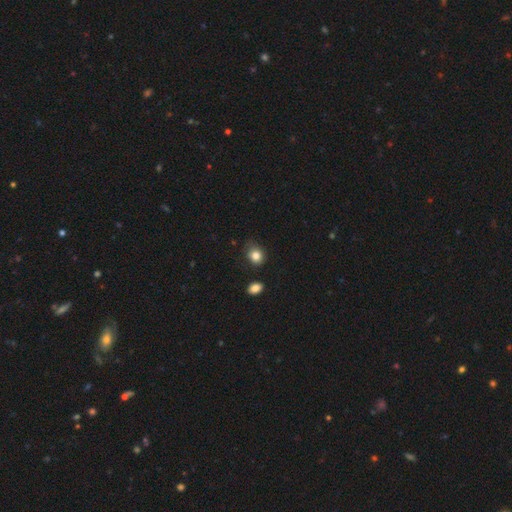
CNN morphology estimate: smooth_or_featured: smooth (p=0.83) [alt: star or artifact p=0.11]
how_rounded: round (p=0.60) [alt: in between p=0.39]
merging: none (p=0.63) [alt: minor disturbance p=0.28]